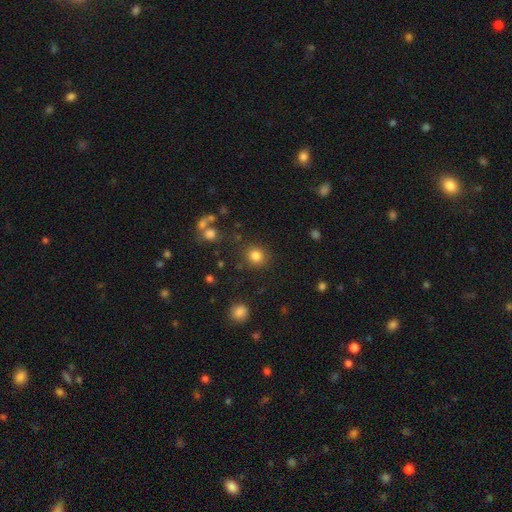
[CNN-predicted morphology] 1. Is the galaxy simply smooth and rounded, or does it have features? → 83% smooth, 12% star or artifact, 5% featured or disk.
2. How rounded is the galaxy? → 87% round, 13% in between, 1% cigar-shaped.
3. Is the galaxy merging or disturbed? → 85% none, 8% minor disturbance, 4% major disturbance, 3% merger.